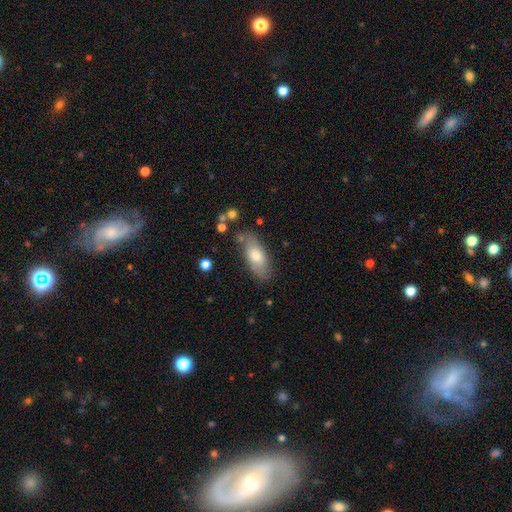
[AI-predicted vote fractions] A smooth galaxy with no disk features (70%) that is in between round and cigar-shaped (79%). Merging: none (76%).